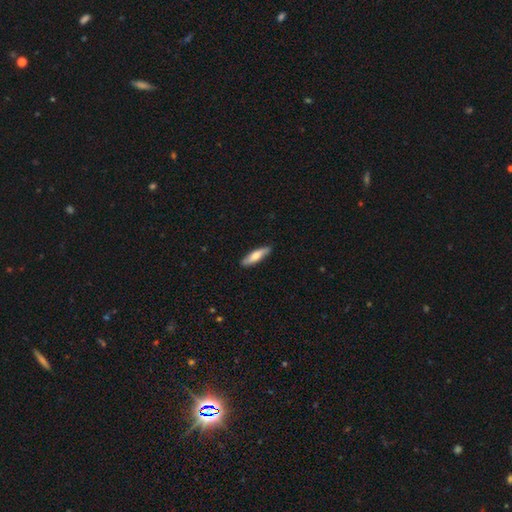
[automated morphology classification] This is likely a smooth galaxy (66%). How rounded: likely cigar-shaped (71%). Merging: clearly none (87%).